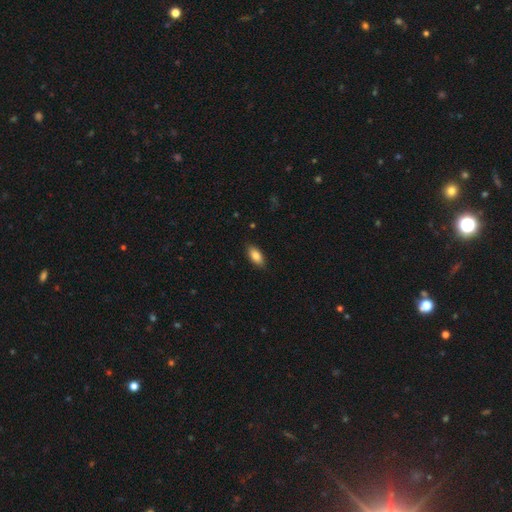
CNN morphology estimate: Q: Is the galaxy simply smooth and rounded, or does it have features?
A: smooth — 85%.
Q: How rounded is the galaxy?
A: in between — 89%.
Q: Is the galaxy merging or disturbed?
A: none — 87%.